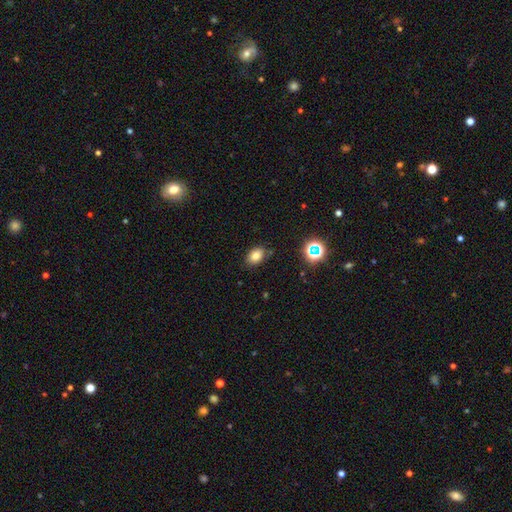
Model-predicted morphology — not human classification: smooth_or_featured: smooth (p=0.79) [alt: star or artifact p=0.14]
how_rounded: in between (p=0.80) [alt: round p=0.19]
merging: none (p=0.82) [alt: minor disturbance p=0.13]